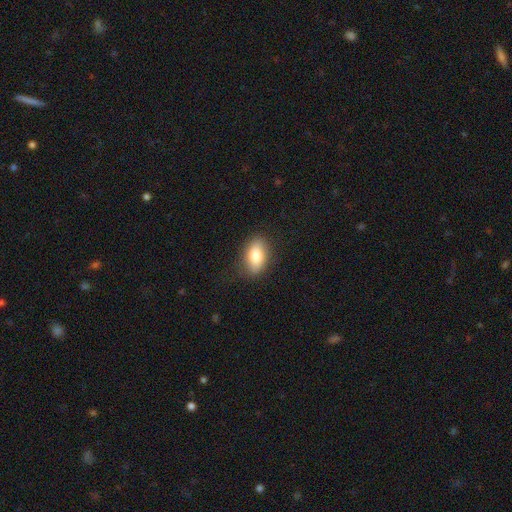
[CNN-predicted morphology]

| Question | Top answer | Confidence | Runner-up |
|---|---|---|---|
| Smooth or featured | smooth | 81% | featured or disk (12%) |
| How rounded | in between | 88% | round (8%) |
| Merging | none | 84% | minor disturbance (12%) |